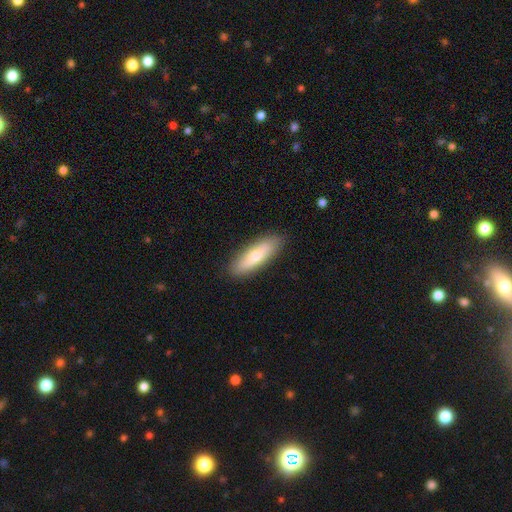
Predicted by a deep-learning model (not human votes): Morphology: type=smooth (69%); roundness=cigar-shaped (54%); merging=none (88%).